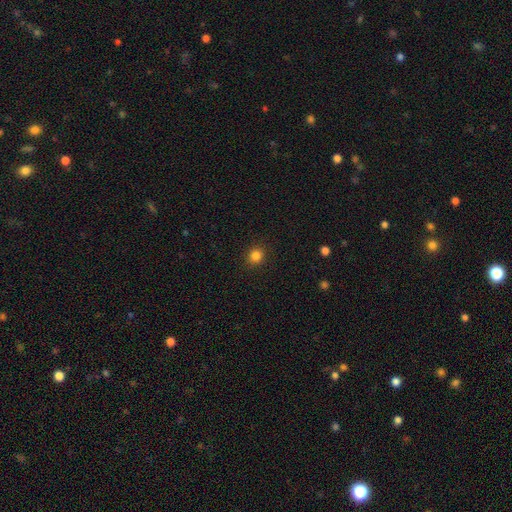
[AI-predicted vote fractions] Morphology: type=smooth (83%); roundness=round (87%); merging=none (91%).